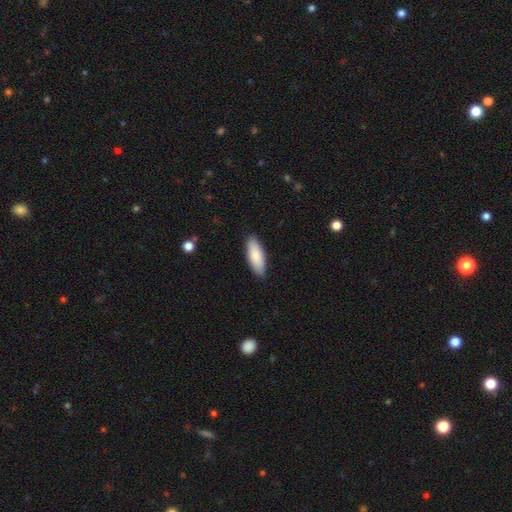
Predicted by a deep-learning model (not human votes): This appears to be a smooth galaxy with no disk features (86%) that is in between round and cigar-shaped (71%). Merging: none (88%).